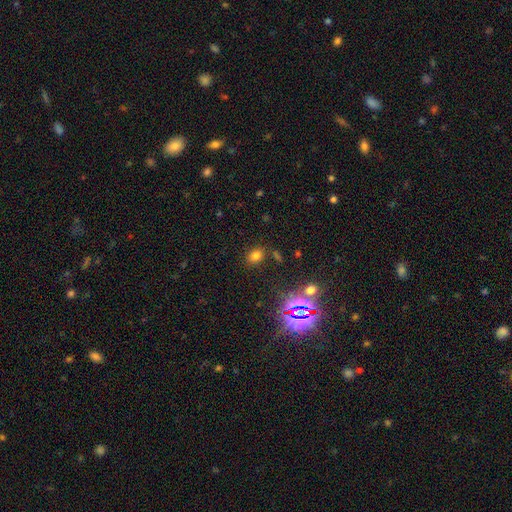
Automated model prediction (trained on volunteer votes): smooth-or-featured: smooth: 68% | star or artifact: 24% | featured or disk: 7%
  how-rounded: in between: 57% | round: 41% | cigar-shaped: 1%
  merging: none: 80% | minor disturbance: 10% | merger: 5% | major disturbance: 4%